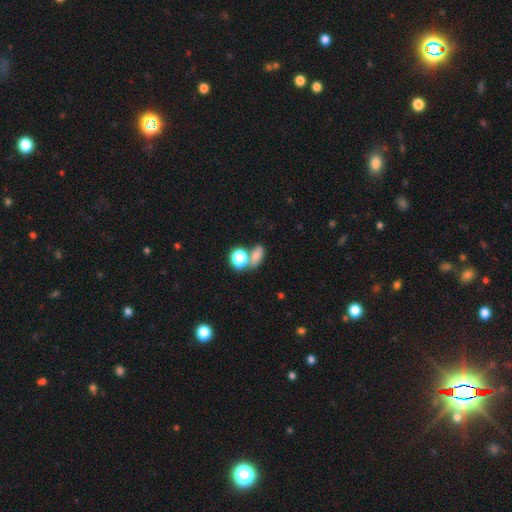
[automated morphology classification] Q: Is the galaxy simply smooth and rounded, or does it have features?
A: smooth — 74%.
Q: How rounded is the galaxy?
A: in between — 67%.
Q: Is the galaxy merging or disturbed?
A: none — 45%.